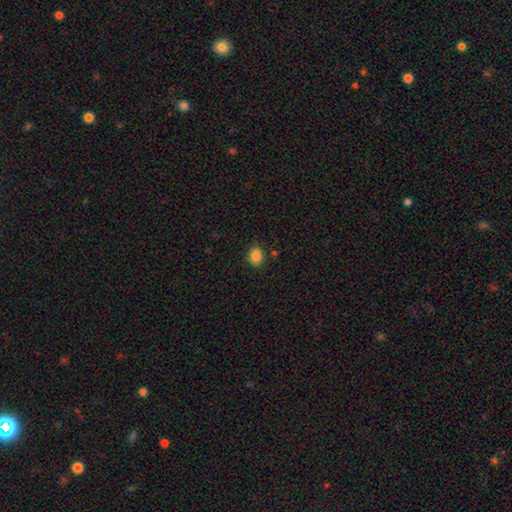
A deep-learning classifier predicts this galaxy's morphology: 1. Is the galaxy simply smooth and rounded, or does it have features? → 86% smooth, 10% star or artifact, 4% featured or disk.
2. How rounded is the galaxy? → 69% in between, 30% round, 1% cigar-shaped.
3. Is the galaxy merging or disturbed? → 85% none, 10% minor disturbance, 3% major disturbance, 2% merger.